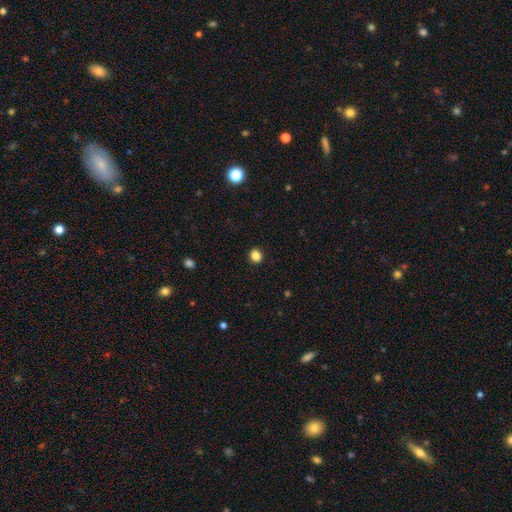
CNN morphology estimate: Overall: smooth (85%). How rounded: round (85%). Merging: none (92%).